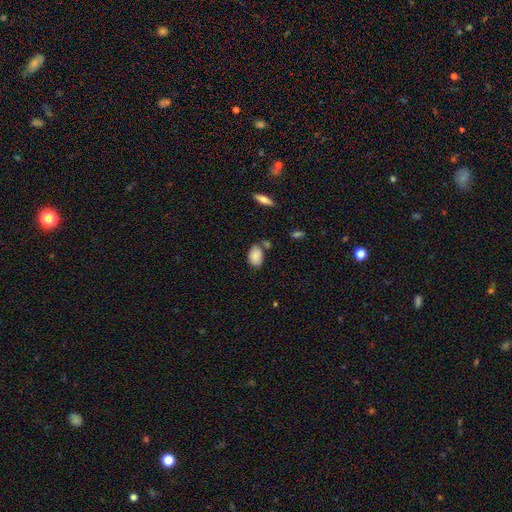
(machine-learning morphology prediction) Smooth or featured: smooth — 87% (star or artifact — 7%)
How rounded: in between — 91% (round — 8%)
Merging: none — 68% (minor disturbance — 18%)